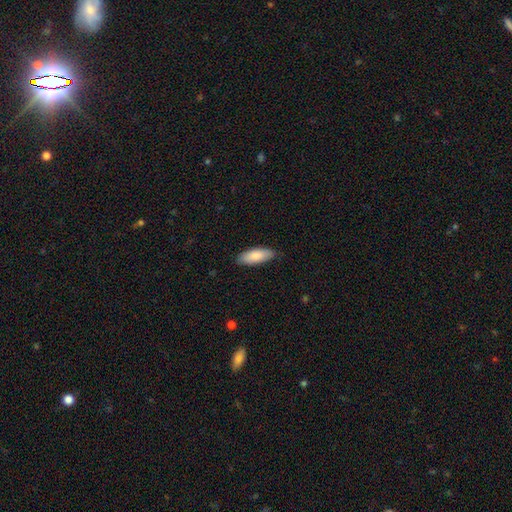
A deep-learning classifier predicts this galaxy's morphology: Smooth or featured? smooth (86%)
How rounded? in between (74%)
Merging? none (83%)